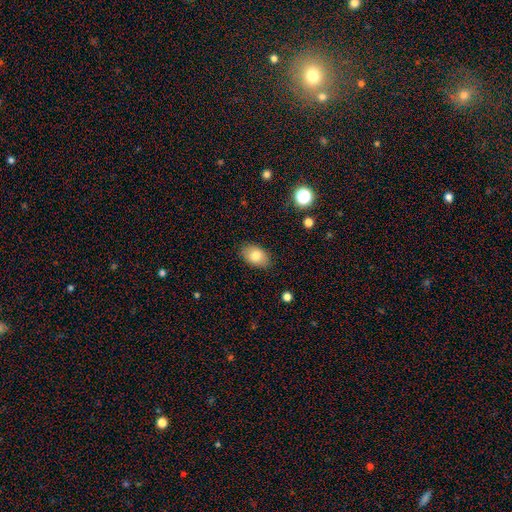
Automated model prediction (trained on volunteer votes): This appears to be a smooth galaxy with no disk features (79%) that is in between round and cigar-shaped (88%). Merging: none (86%).